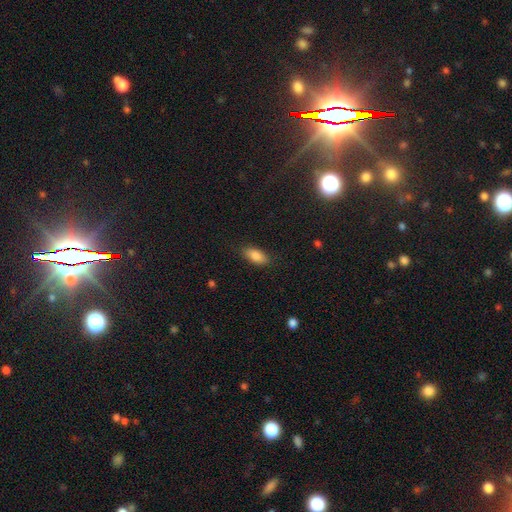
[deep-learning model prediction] Smooth or featured?
  - smooth: 85% *
  - star or artifact: 8%
  - featured or disk: 7%
How rounded?
  - in between: 88% *
  - cigar-shaped: 9%
  - round: 3%
Merging?
  - none: 84% *
  - minor disturbance: 12%
  - major disturbance: 3%
  - merger: 1%